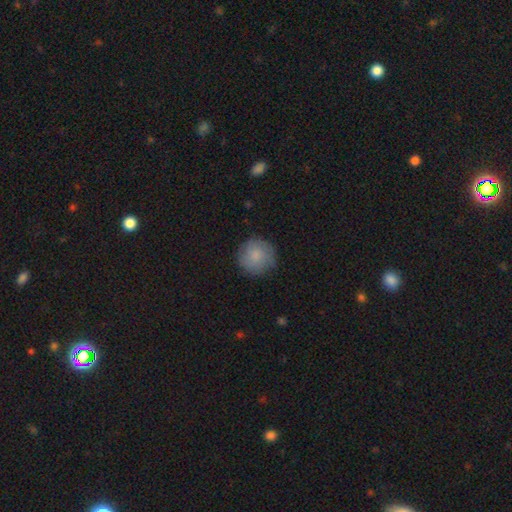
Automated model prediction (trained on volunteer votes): Smooth or featured?
  - smooth: 83% *
  - featured or disk: 10%
  - star or artifact: 7%
How rounded?
  - round: 95% *
  - in between: 4%
  - cigar-shaped: 1%
Merging?
  - none: 84% *
  - minor disturbance: 12%
  - major disturbance: 3%
  - merger: 1%